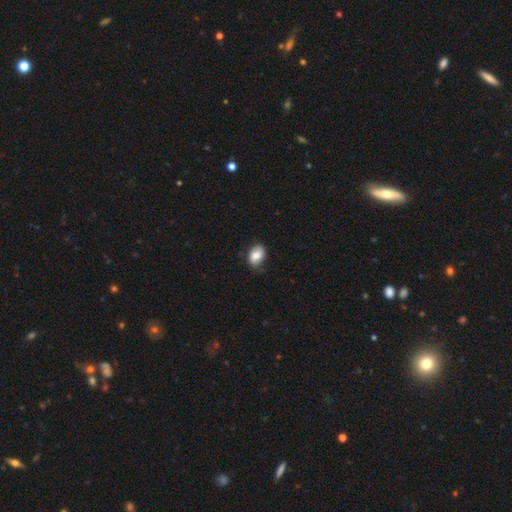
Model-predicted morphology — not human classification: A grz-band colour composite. It shows a smooth galaxy with no disk features (70%) that is in between round and cigar-shaped (78%). Merging: none (67%).